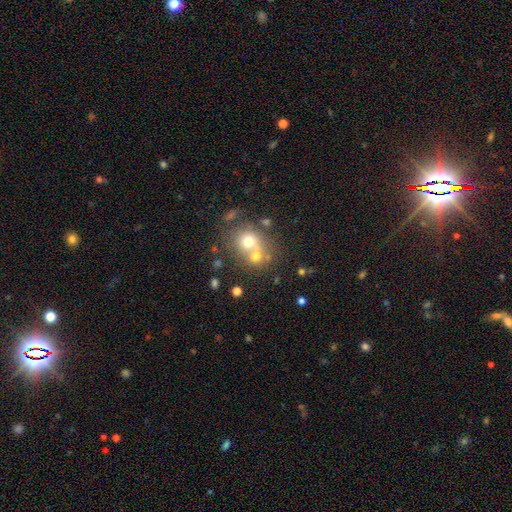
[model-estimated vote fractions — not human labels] smooth 64%, featured or disk 22%, star or artifact 14%. Down the decision tree: how rounded — round (77%); merging — merger (48%).